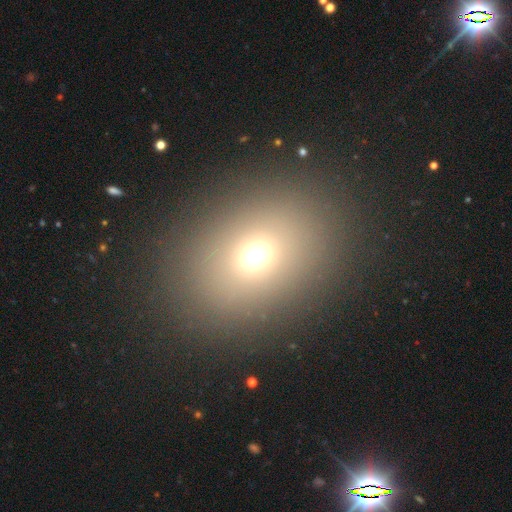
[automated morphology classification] A smooth galaxy with no disk features (67%) that is in between round and cigar-shaped (54%).

Vote fractions:
- Smooth or featured? smooth: 67% / star or artifact: 21% / featured or disk: 13%
- How rounded? in between: 54% / round: 45% / cigar-shaped: 1%
- Merging? none: 87% / minor disturbance: 7% / major disturbance: 4% / merger: 2%